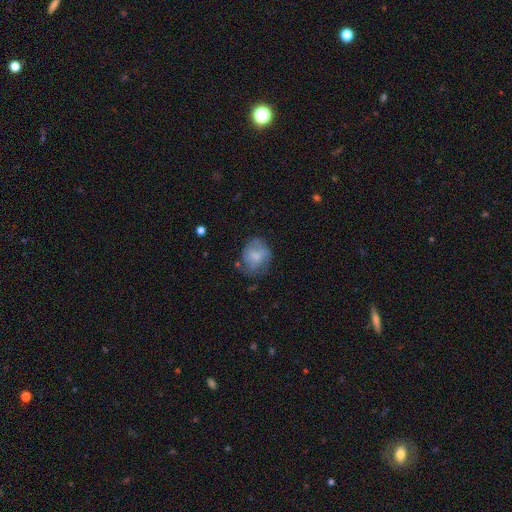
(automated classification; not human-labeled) Overall: smooth (55%; featured or disk 37%). How rounded: round (60%; in between 39%). Merging: none (51%; minor disturbance 28%).